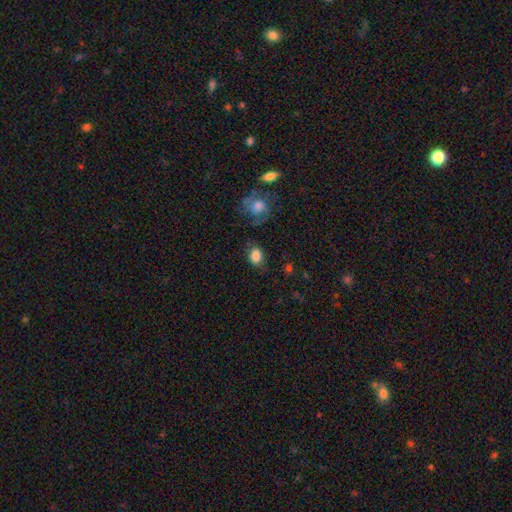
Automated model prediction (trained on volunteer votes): Overall: smooth (84%). How rounded: in between (71%). Merging: none (70%).